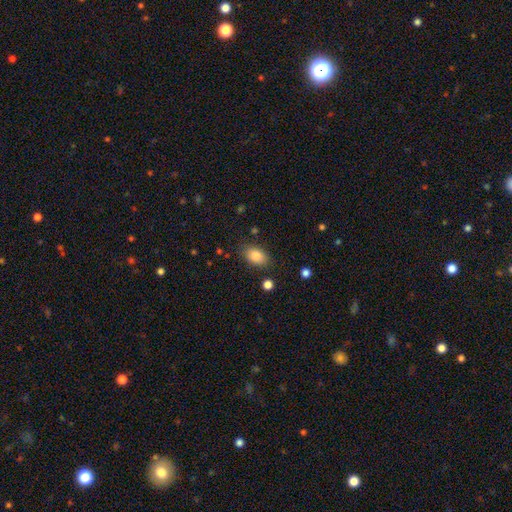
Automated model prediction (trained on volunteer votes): smooth-or-featured: smooth: 85% | star or artifact: 8% | featured or disk: 6%
  how-rounded: in between: 83% | round: 16% | cigar-shaped: 1%
  merging: none: 80% | minor disturbance: 14% | major disturbance: 4% | merger: 2%